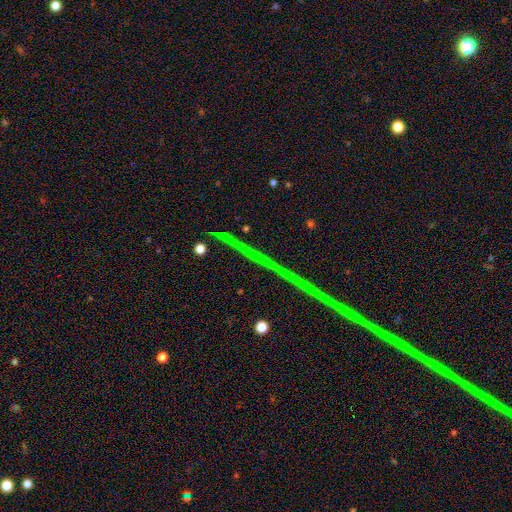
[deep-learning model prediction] The model was most divided on "smooth or featured": star or artifact: 88%, featured or disk: 7%, smooth: 5%.